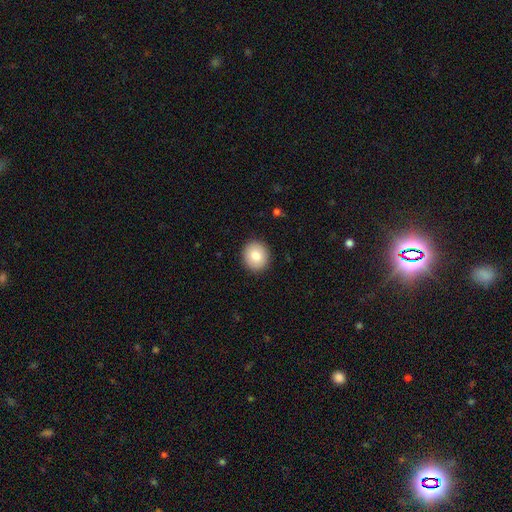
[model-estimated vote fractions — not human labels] This is clearly a smooth galaxy (82%). How rounded: clearly round (87%). Merging: clearly none (91%).